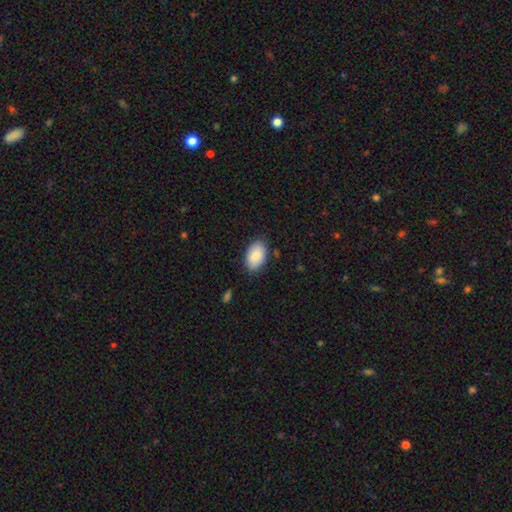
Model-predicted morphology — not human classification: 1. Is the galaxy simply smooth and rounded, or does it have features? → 84% smooth, 10% featured or disk, 6% star or artifact.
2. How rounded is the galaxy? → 92% in between, 7% round, 1% cigar-shaped.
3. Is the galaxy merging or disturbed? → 83% none, 13% minor disturbance, 3% major disturbance, 1% merger.